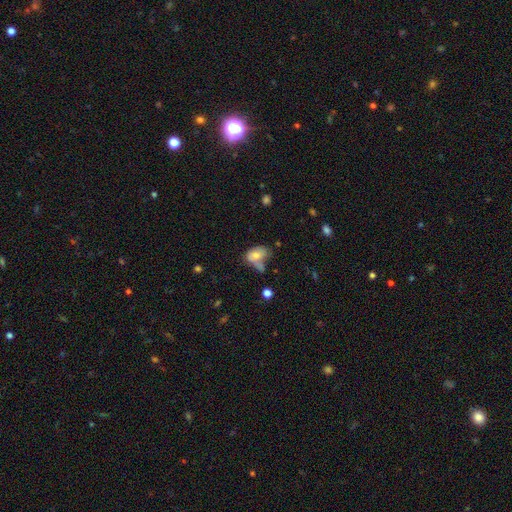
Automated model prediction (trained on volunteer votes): smooth-or-featured: smooth: 68% | featured or disk: 22% | star or artifact: 10%
  how-rounded: in between: 83% | round: 15% | cigar-shaped: 2%
  merging: none: 29% | merger: 26% | minor disturbance: 25% | major disturbance: 20%